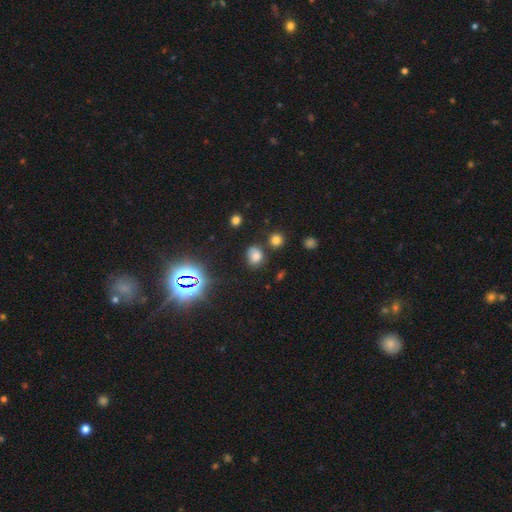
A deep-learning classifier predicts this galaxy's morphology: Q: Smooth or featured?
A: smooth (69%); runner-up: star or artifact (22%)
Q: How rounded?
A: round (56%); runner-up: in between (42%)
Q: Merging?
A: none (73%); runner-up: minor disturbance (15%)